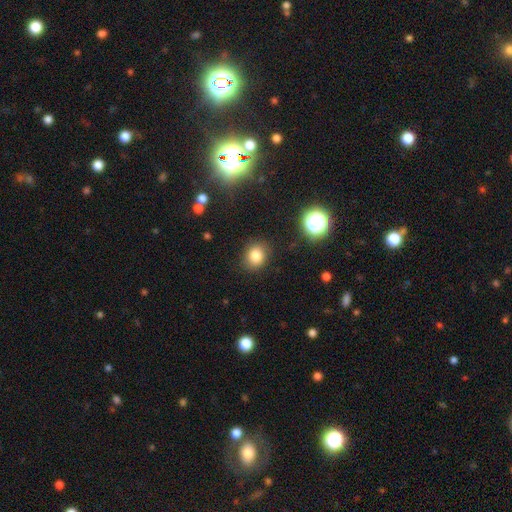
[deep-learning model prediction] The model was most divided on "how rounded": round: 64%, in between: 35%, cigar-shaped: 1%. More confident: merging — none (85%); smooth or featured — smooth (81%).